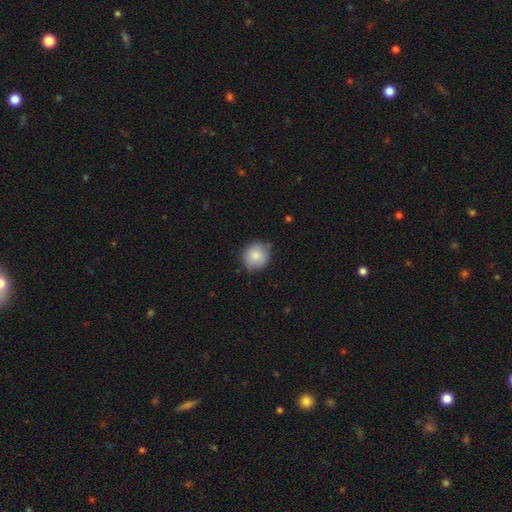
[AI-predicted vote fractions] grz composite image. It shows a smooth galaxy with no disk features (84%) that is round (87%). Merging: none (78%).